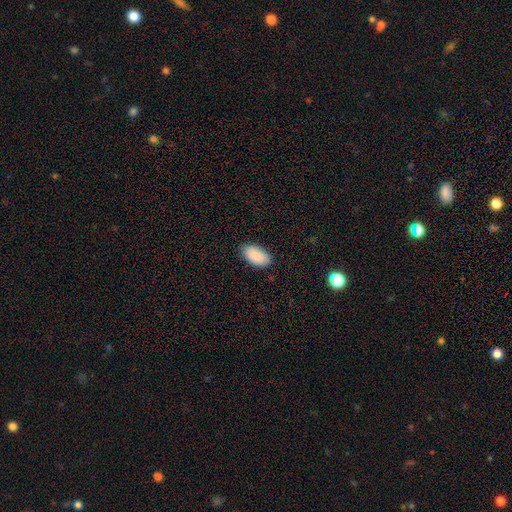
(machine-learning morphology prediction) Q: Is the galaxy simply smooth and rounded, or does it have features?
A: smooth — 90%.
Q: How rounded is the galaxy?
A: in between — 95%.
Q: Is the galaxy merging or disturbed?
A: none — 84%.